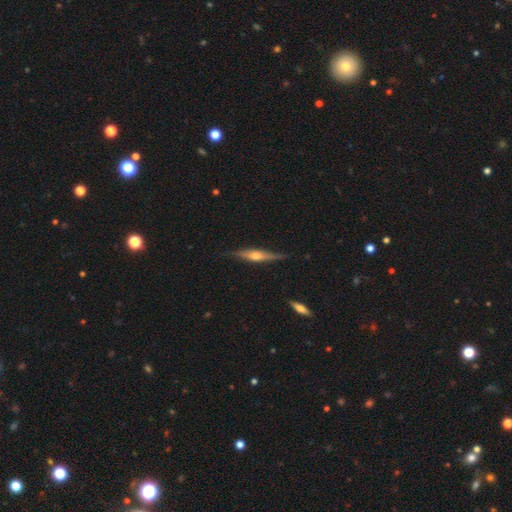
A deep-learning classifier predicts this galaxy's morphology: A featured or disk galaxy (68%) viewed edge-on (96%) with a rounded central bulge (87%).

Vote fractions:
- Smooth or featured? featured or disk: 68% / smooth: 26% / star or artifact: 6%
- Edge-on disk? yes: 96% / no: 4%
- Edge-on bulge? rounded: 87% / boxy: 7% / none: 6%
- Merging? none: 83% / minor disturbance: 14% / major disturbance: 3% / merger: 1%